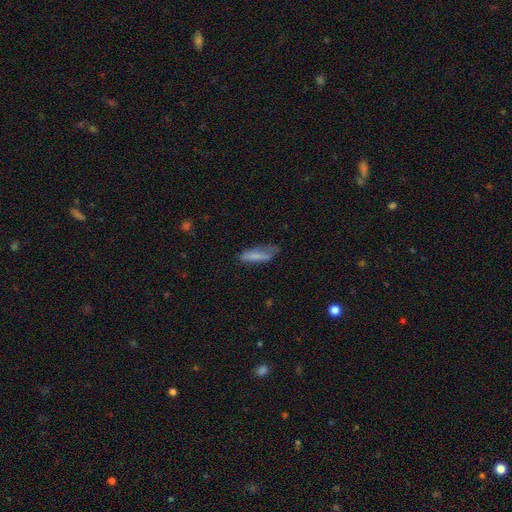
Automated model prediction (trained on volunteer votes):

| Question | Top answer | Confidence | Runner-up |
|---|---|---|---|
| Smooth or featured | smooth | 73% | featured or disk (19%) |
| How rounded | cigar-shaped | 62% | in between (36%) |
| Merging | none | 44% | minor disturbance (33%) |